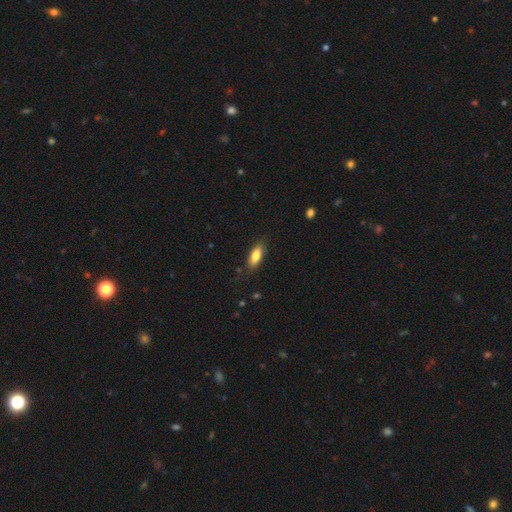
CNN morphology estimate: Overall: smooth (80%). How rounded: in between (75%). Merging: none (79%).